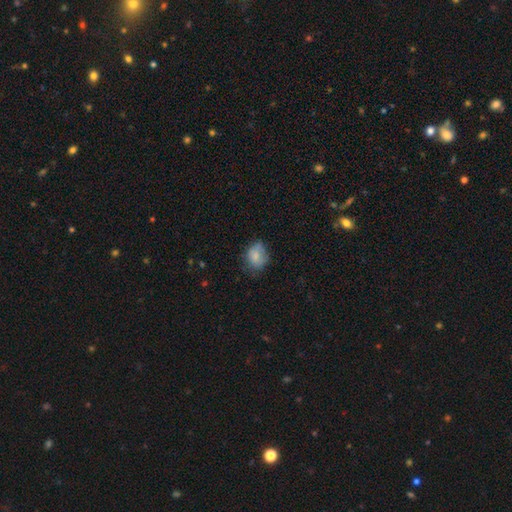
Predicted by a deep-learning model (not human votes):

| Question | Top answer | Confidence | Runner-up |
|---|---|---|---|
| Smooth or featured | smooth | 78% | featured or disk (13%) |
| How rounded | in between | 57% | round (42%) |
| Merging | none | 54% | minor disturbance (32%) |